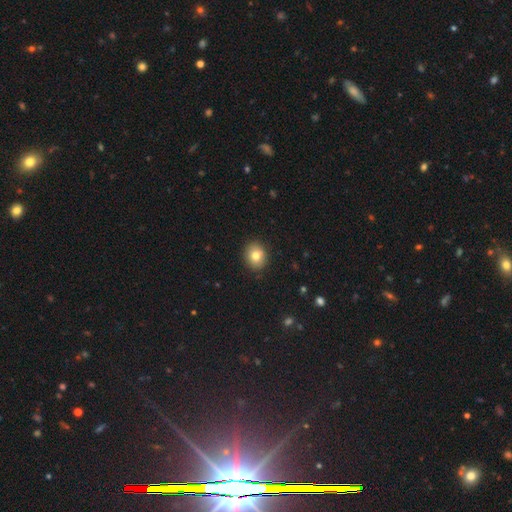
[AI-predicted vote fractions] A smooth galaxy with no disk features (79%) that is round (70%). Merging: none (89%).